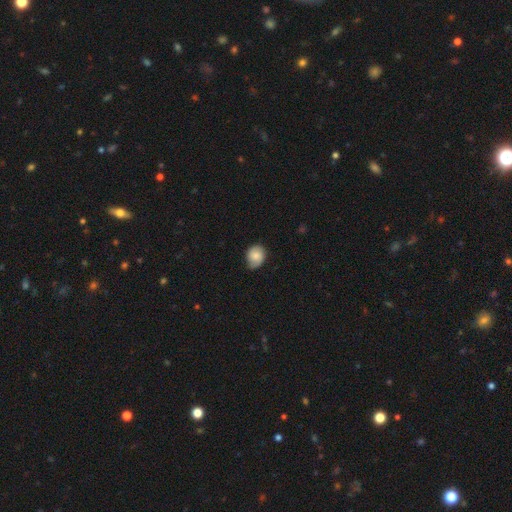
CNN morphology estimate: A smooth galaxy with no disk features (77%) that is round (56%). Merging: none (69%).